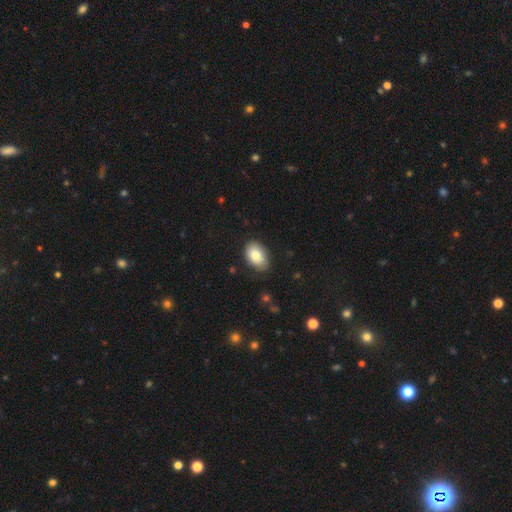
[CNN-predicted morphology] type=smooth (80%); roundness=in between (89%); merging=none (82%).